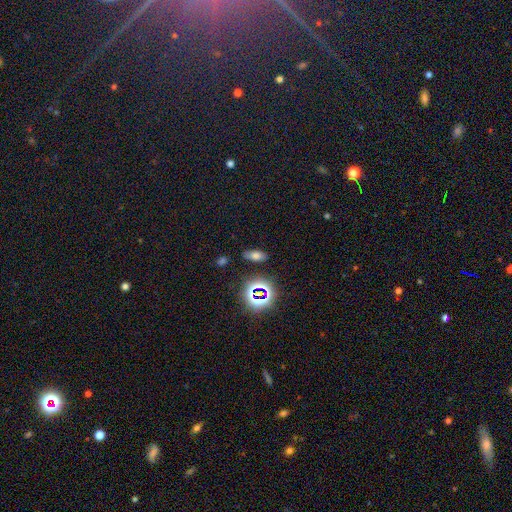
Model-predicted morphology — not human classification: Smooth or featured? smooth (63%)
How rounded? in between (82%)
Merging? none (82%)